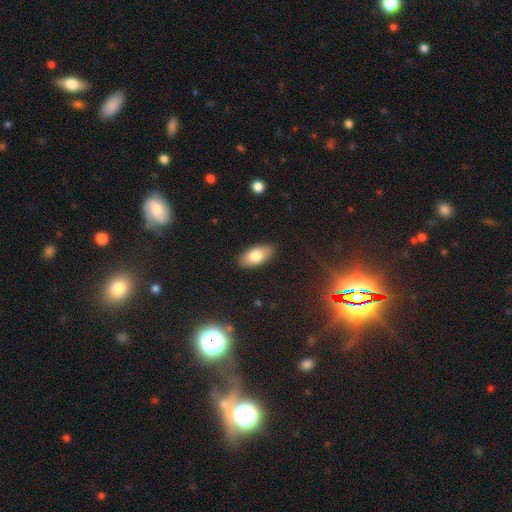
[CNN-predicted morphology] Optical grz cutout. It shows a smooth galaxy with no disk features (78%) that is in between round and cigar-shaped (91%). Merging: none (88%).